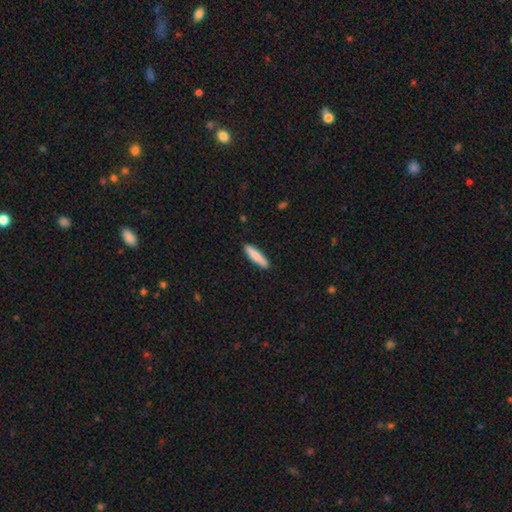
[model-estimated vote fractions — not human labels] Smooth or featured: smooth — 81% (featured or disk — 14%)
How rounded: cigar-shaped — 84% (in between — 14%)
Merging: none — 90% (minor disturbance — 7%)